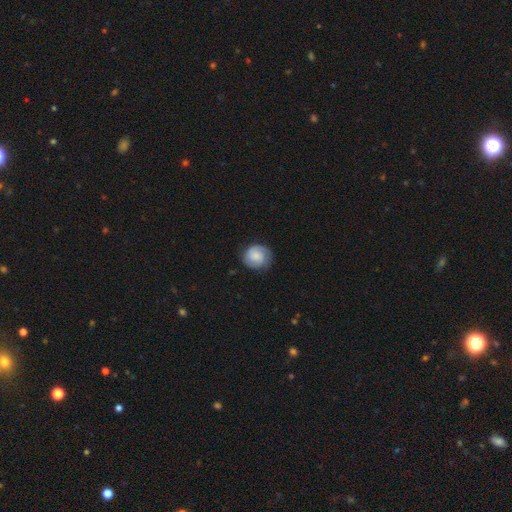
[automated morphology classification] Smooth or featured?
  - smooth: 49% *
  - featured or disk: 43%
  - star or artifact: 8%
Merging?
  - none: 79% *
  - minor disturbance: 15%
  - major disturbance: 5%
  - merger: 1%